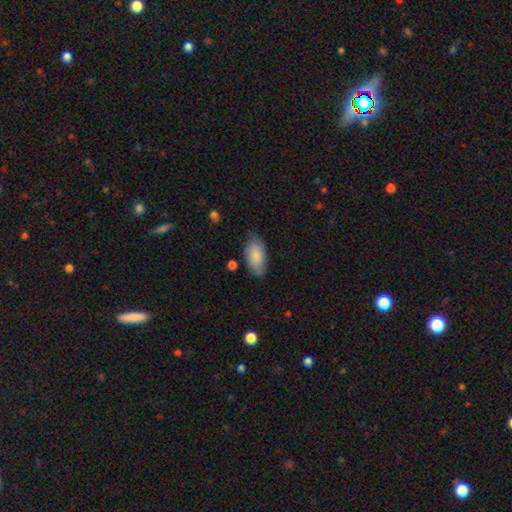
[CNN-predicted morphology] Smooth or featured? smooth (85%)
How rounded? in between (93%)
Merging? none (75%)